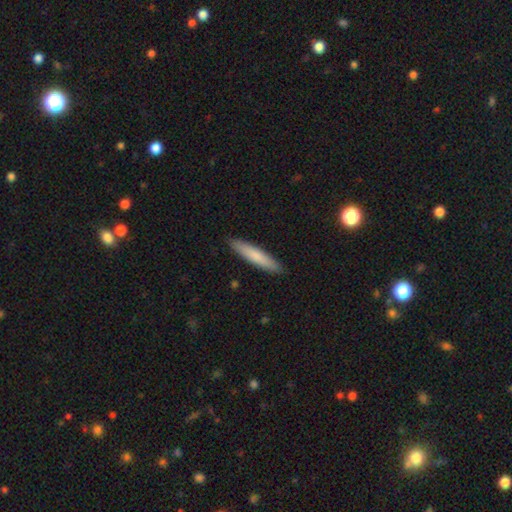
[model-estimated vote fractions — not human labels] Smooth or featured? Predicted: smooth (p=0.77). How rounded? Predicted: cigar-shaped (p=0.89). Merging? Predicted: none (p=0.91).